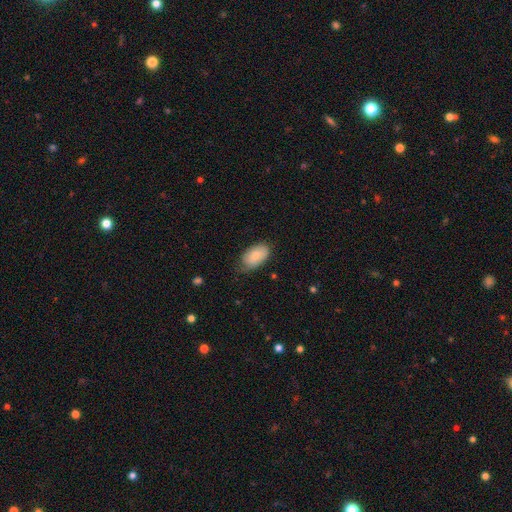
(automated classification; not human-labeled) A smooth galaxy with no disk features (79%) that is in between round and cigar-shaped (94%).

Vote fractions:
- Smooth or featured? smooth: 79% / featured or disk: 14% / star or artifact: 6%
- How rounded? in between: 94% / round: 4% / cigar-shaped: 2%
- Merging? none: 63% / minor disturbance: 30% / major disturbance: 6% / merger: 1%